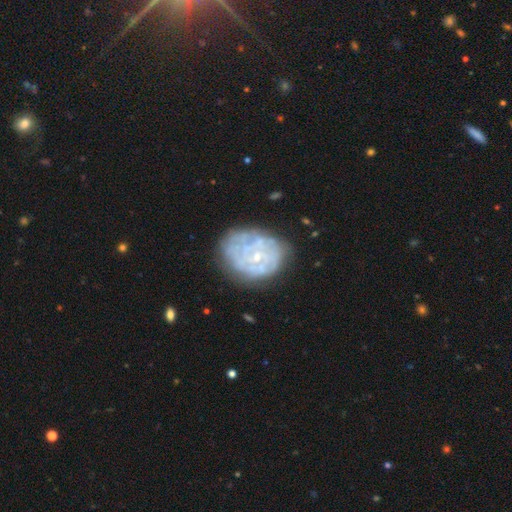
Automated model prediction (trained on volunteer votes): Overall: featured or disk (69%). Edge-on disk: no (98%). Bar: no (82%). Spiral arms: yes (51%; no 49%). Bulge size: small (74%). Merging: none (63%).